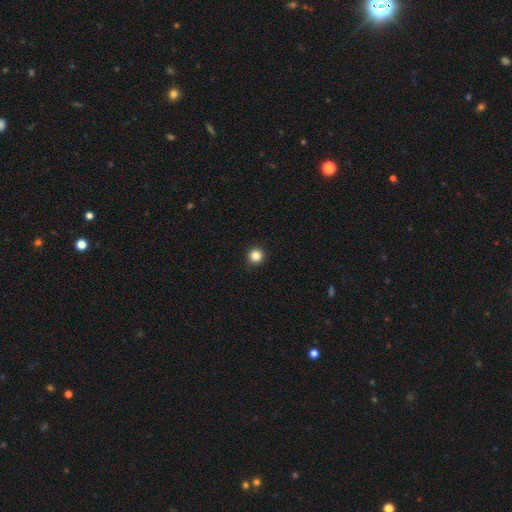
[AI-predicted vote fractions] Smooth or featured?
  - smooth: 85% *
  - star or artifact: 12%
  - featured or disk: 4%
How rounded?
  - round: 96% *
  - in between: 3%
  - cigar-shaped: 1%
Merging?
  - none: 93% *
  - minor disturbance: 5%
  - major disturbance: 2%
  - merger: 1%